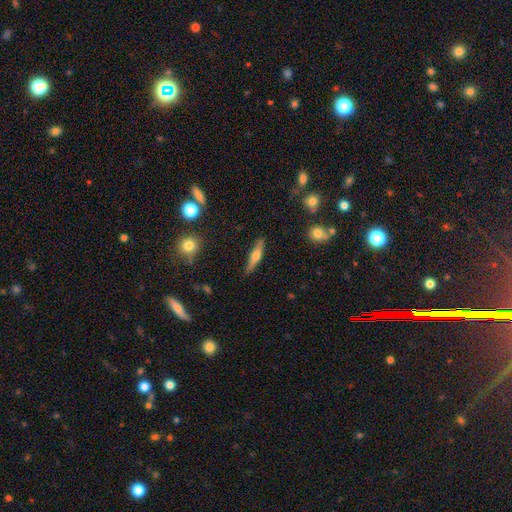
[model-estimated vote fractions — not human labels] Overall: featured or disk (47%; smooth 46%). Merging: none (85%).